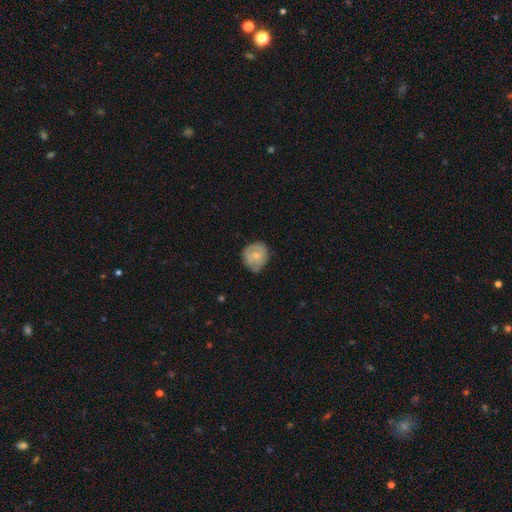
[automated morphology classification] This appears to be a smooth galaxy with no disk features (48%). Merging: none (67%).